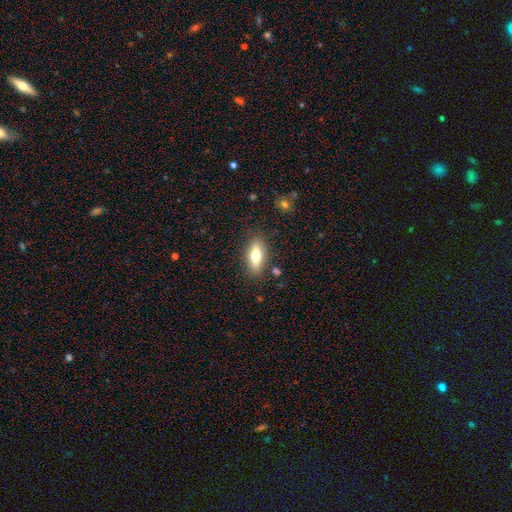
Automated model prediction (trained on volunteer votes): Overall: smooth (65%; featured or disk 28%). How rounded: in between (69%). Merging: none (84%).